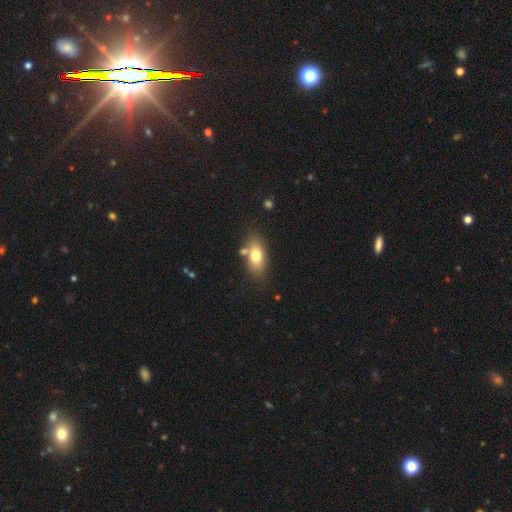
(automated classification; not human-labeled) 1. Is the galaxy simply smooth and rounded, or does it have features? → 74% smooth, 18% featured or disk, 8% star or artifact.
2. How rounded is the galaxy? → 85% in between, 8% round, 7% cigar-shaped.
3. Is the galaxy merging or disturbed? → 69% none, 14% minor disturbance, 13% merger, 4% major disturbance.